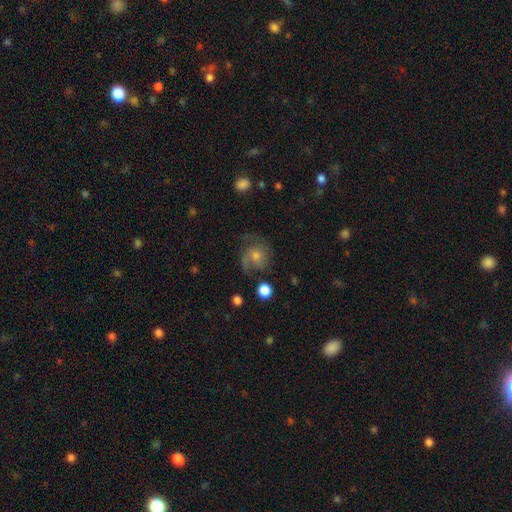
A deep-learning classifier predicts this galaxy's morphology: smooth-or-featured: featured or disk: 67% | smooth: 21% | star or artifact: 11%
  disk-edge-on: no: 97% | yes: 3%
    bar: no: 74% | weak: 23% | strong: 3%
    has-spiral-arms: yes: 92% | no: 8%
      spiral-winding: medium: 47% | tight: 29% | loose: 24%
      spiral-arm-count: 2: 49% | 1: 18% | can't tell: 16% | 3: 11% | 4: 3% | more than 4: 3%
    bulge-size: moderate: 49% | small: 42% | large: 5% | none: 3% | dominant: 1%
  merging: none: 65% | minor disturbance: 19% | major disturbance: 15% | merger: 2%